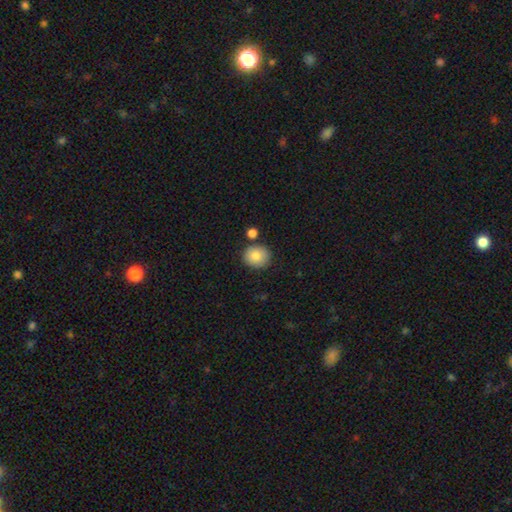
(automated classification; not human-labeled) Overall: smooth (84%). How rounded: round (79%). Merging: none (80%).